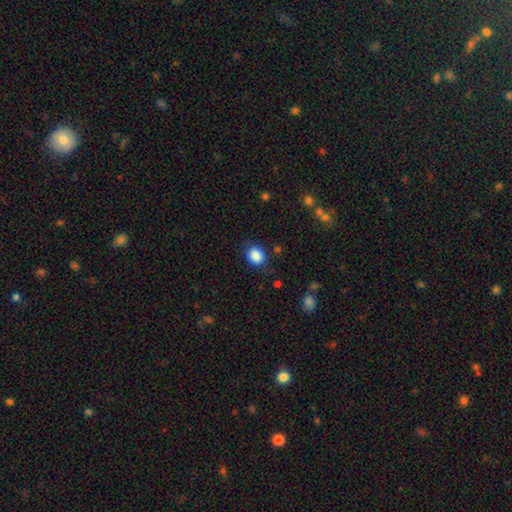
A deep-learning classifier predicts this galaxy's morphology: Smooth or featured: smooth — 87% (star or artifact — 9%)
How rounded: in between — 61% (round — 38%)
Merging: none — 79% (minor disturbance — 15%)